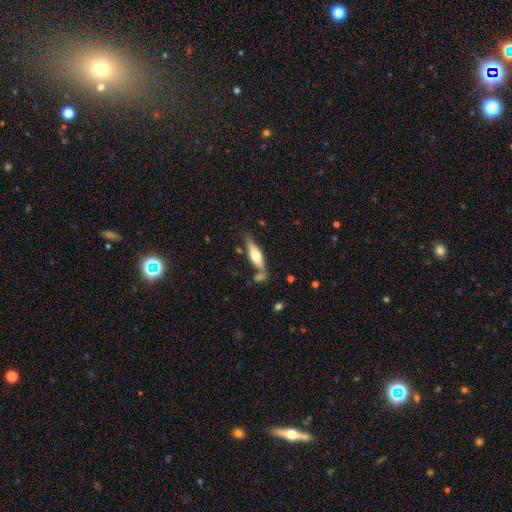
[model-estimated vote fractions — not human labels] Morphology: type=smooth (51%); roundness=cigar-shaped (50%); merging=none (61%).